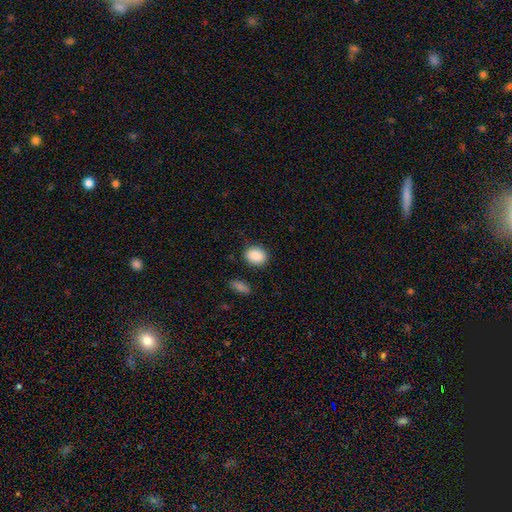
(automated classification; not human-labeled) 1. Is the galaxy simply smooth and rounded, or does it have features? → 89% smooth, 8% star or artifact, 4% featured or disk.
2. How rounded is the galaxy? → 51% round, 48% in between, 1% cigar-shaped.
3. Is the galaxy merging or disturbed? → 82% none, 12% minor disturbance, 3% major disturbance, 3% merger.